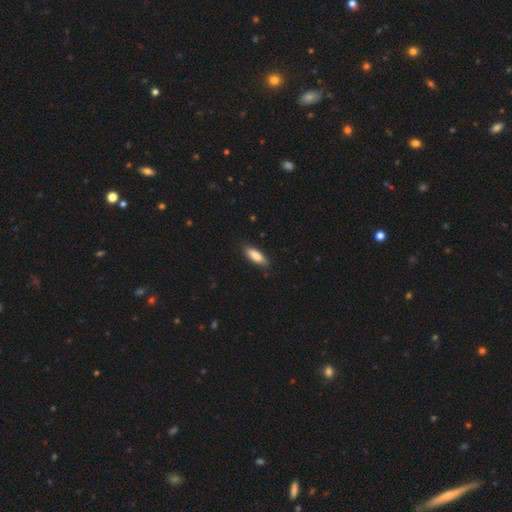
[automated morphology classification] type=smooth (84%); roundness=in between (66%); merging=none (85%).